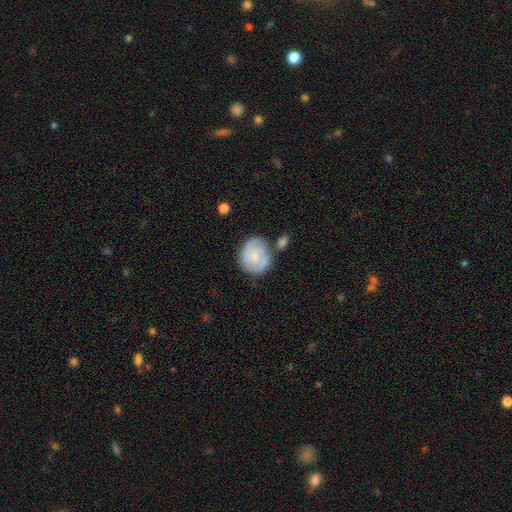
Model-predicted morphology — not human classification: Smooth or featured: featured or disk — 50% (smooth — 43%)
Edge-on disk: no — 97% (yes — 3%)
Merging: none — 62% (minor disturbance — 21%)